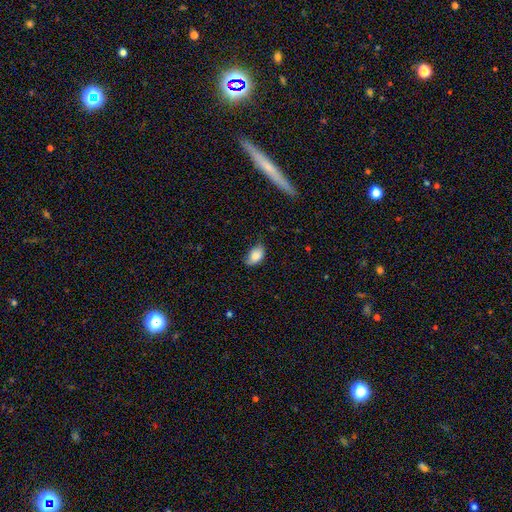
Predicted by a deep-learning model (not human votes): smooth 84%, featured or disk 9%, star or artifact 7%. Down the decision tree: how rounded — in between (89%); merging — none (54%).